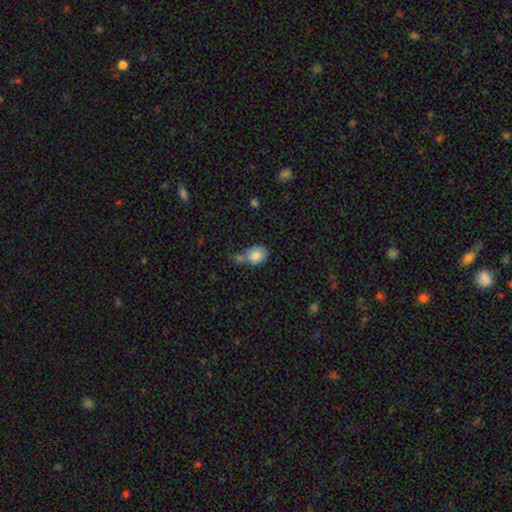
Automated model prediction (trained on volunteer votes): Overall: smooth (85%). How rounded: round (58%; in between 41%). Merging: none (42%; merger 30%).